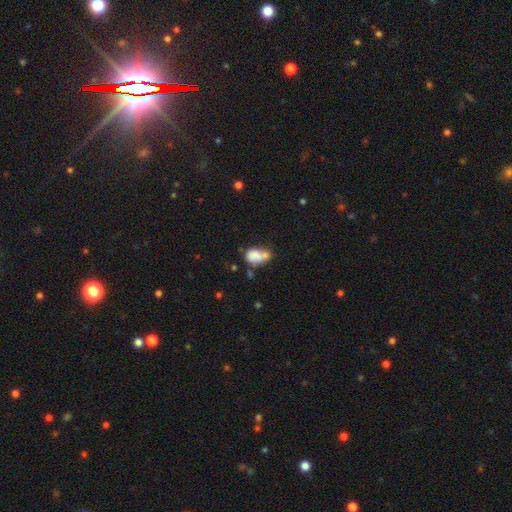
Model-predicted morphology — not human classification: smooth_or_featured: smooth (p=0.69) [alt: featured or disk p=0.21]
how_rounded: in between (p=0.78) [alt: round p=0.20]
merging: merger (p=0.45) [alt: none p=0.24]